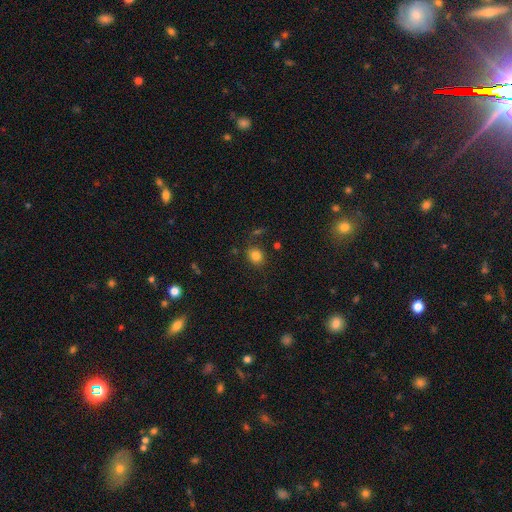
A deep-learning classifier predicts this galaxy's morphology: Smooth or featured? Predicted: smooth (p=0.81). How rounded? Predicted: round (p=0.60). Merging? Predicted: none (p=0.79).